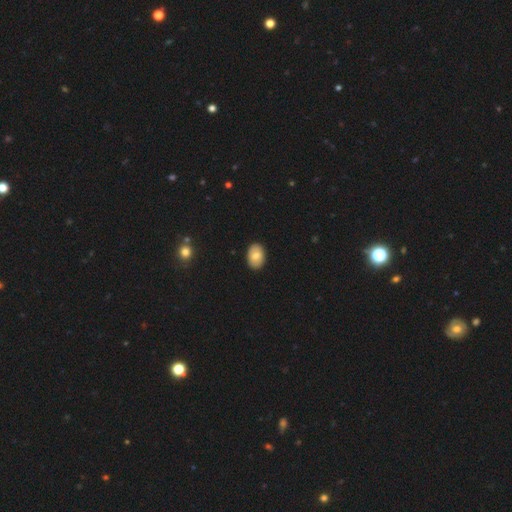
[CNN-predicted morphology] A smooth galaxy with no disk features (80%) that is in between round and cigar-shaped (86%).

Vote fractions:
- Smooth or featured? smooth: 80% / featured or disk: 13% / star or artifact: 7%
- How rounded? in between: 86% / round: 13% / cigar-shaped: 1%
- Merging? none: 90% / minor disturbance: 7% / major disturbance: 2% / merger: 1%